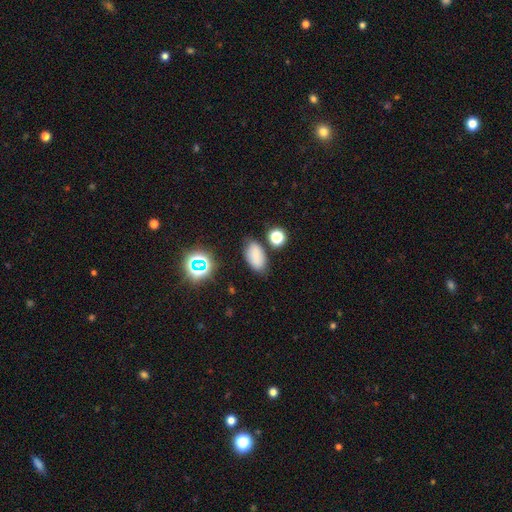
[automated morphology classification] smooth 77%, star or artifact 14%, featured or disk 9%. Down the decision tree: how rounded — in between (91%); merging — none (77%).